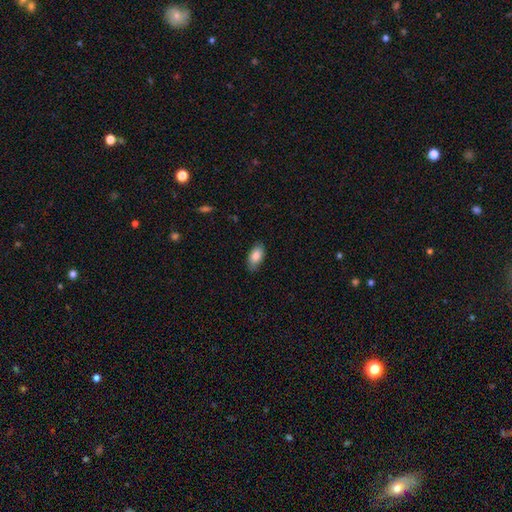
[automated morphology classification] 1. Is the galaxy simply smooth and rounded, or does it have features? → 84% smooth, 9% featured or disk, 6% star or artifact.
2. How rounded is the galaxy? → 93% in between, 3% round, 3% cigar-shaped.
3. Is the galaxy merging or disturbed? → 84% none, 13% minor disturbance, 2% major disturbance, 1% merger.